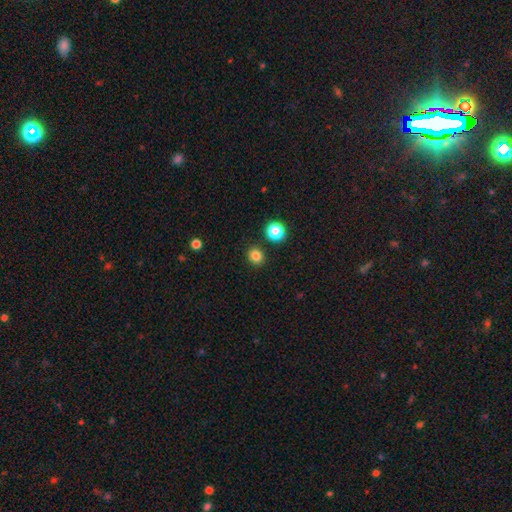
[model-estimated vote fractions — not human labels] Morphology: type=smooth (82%); roundness=round (78%); merging=none (88%).